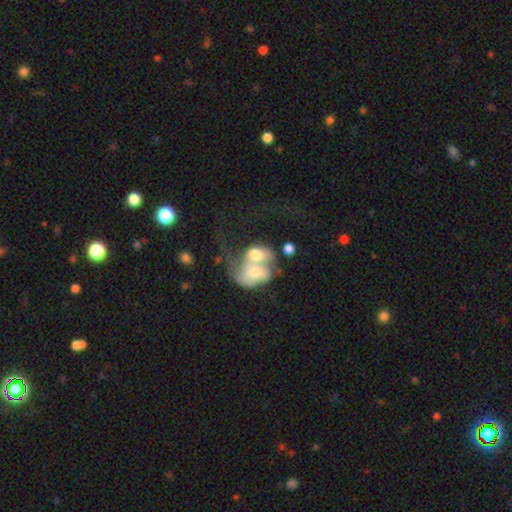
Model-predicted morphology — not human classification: Smooth or featured: featured or disk — 47% (smooth — 45%)
Merging: merger — 79% (major disturbance — 11%)